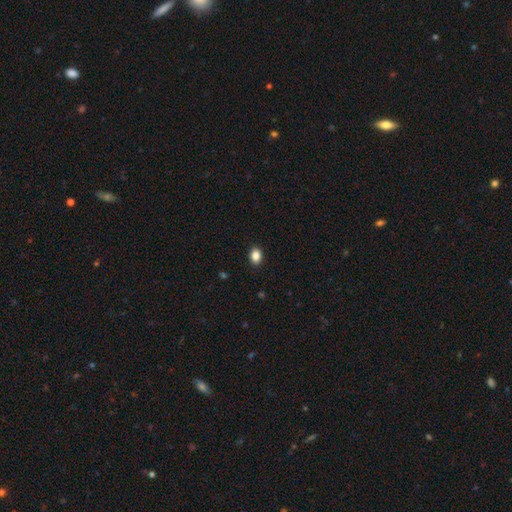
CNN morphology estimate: Overall: smooth (86%). How rounded: in between (69%; round 30%). Merging: none (90%).